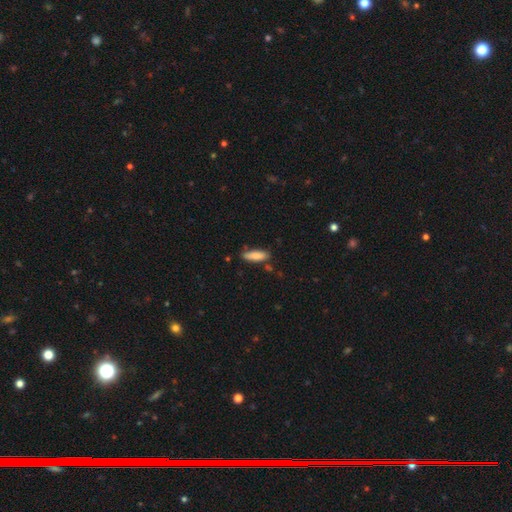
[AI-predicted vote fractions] Smooth or featured: smooth — 86% (featured or disk — 8%)
How rounded: in between — 50% (cigar-shaped — 48%)
Merging: none — 76% (minor disturbance — 17%)